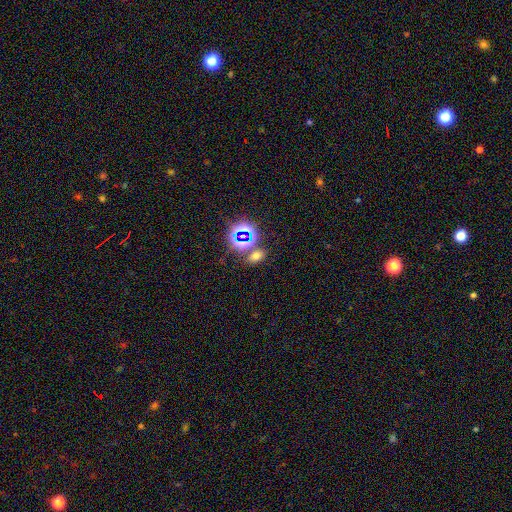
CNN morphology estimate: Q: Smooth or featured?
A: smooth (54%); runner-up: star or artifact (37%)
Q: How rounded?
A: in between (79%); runner-up: round (18%)
Q: Merging?
A: none (72%); runner-up: merger (14%)